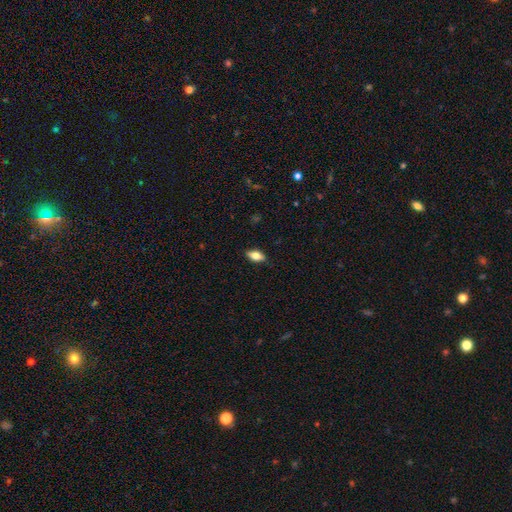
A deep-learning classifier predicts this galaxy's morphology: Q: Smooth or featured?
A: smooth (72%); runner-up: featured or disk (20%)
Q: How rounded?
A: in between (85%); runner-up: cigar-shaped (9%)
Q: Merging?
A: none (83%); runner-up: minor disturbance (13%)